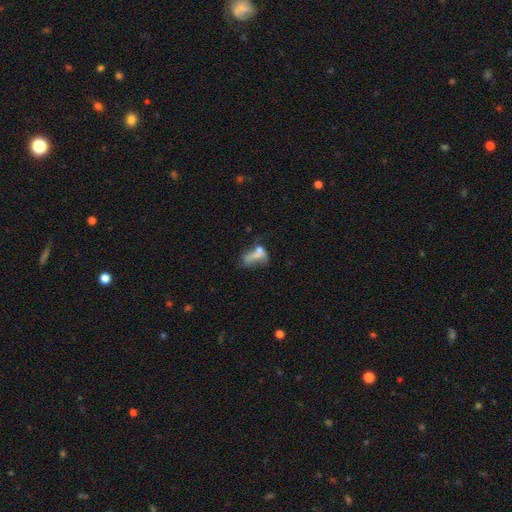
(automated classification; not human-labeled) Q: Smooth or featured?
A: smooth (54%); runner-up: featured or disk (31%)
Q: How rounded?
A: in between (75%); runner-up: cigar-shaped (16%)
Q: Merging?
A: merger (32%); runner-up: major disturbance (31%)